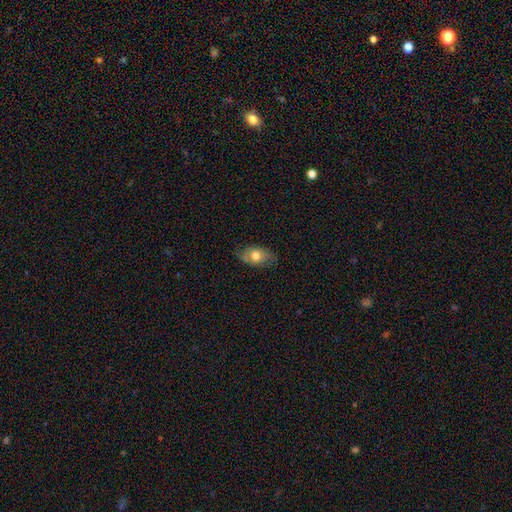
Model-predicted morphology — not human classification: Overall: smooth (65%; featured or disk 28%). How rounded: in between (86%). Merging: none (71%).